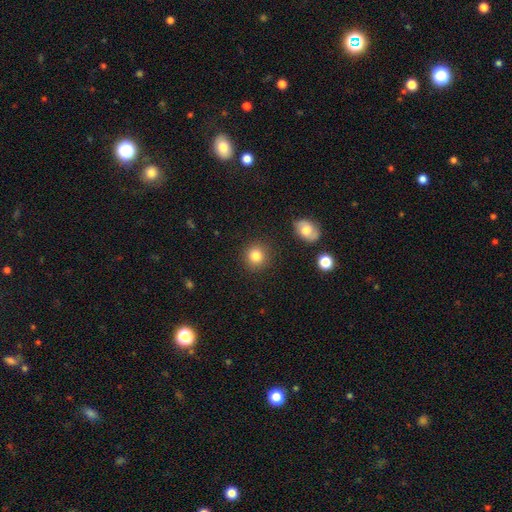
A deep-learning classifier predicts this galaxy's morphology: Q: Smooth or featured?
A: smooth (84%); runner-up: star or artifact (10%)
Q: How rounded?
A: round (89%); runner-up: in between (10%)
Q: Merging?
A: none (89%); runner-up: minor disturbance (7%)